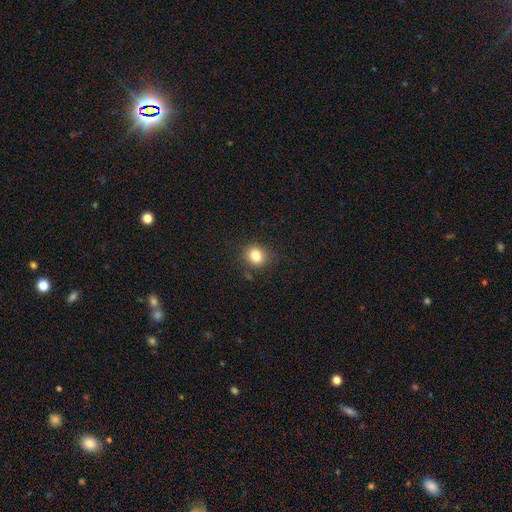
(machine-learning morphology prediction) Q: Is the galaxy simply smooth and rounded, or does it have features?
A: smooth — 82%.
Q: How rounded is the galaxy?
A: round — 75%.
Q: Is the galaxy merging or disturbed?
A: none — 85%.